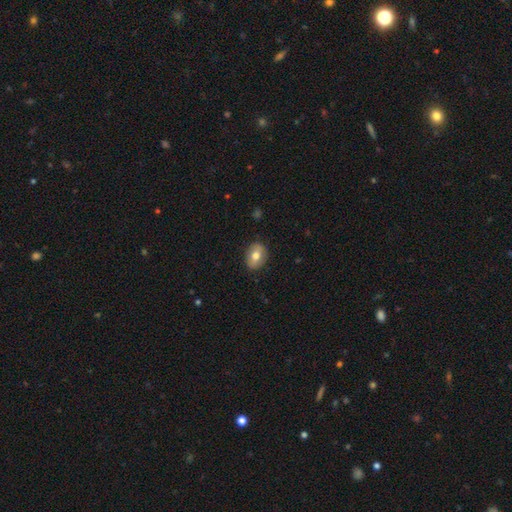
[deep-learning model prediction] This is likely a smooth galaxy (66%). How rounded: likely in between (71%). Merging: clearly none (85%).